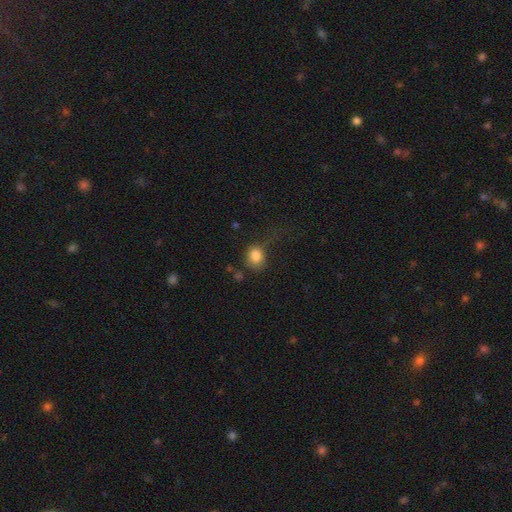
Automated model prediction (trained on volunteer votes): Q: Smooth or featured?
A: smooth (83%); runner-up: star or artifact (10%)
Q: How rounded?
A: round (60%); runner-up: in between (39%)
Q: Merging?
A: none (51%); runner-up: minor disturbance (25%)